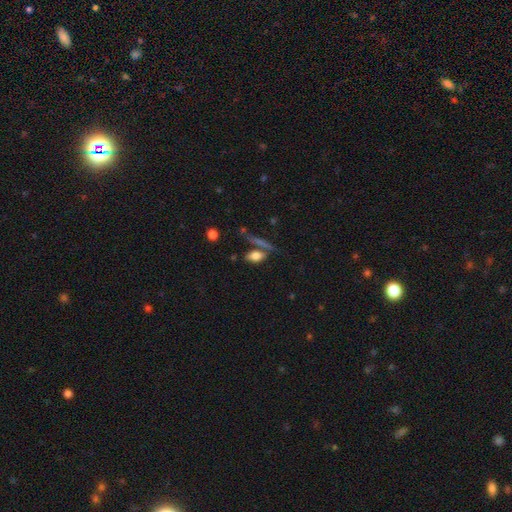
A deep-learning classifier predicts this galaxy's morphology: The model was most divided on "merging": none: 61%, merger: 18%, minor disturbance: 15%, major disturbance: 6%. More confident: how rounded — in between (79%); smooth or featured — smooth (72%).